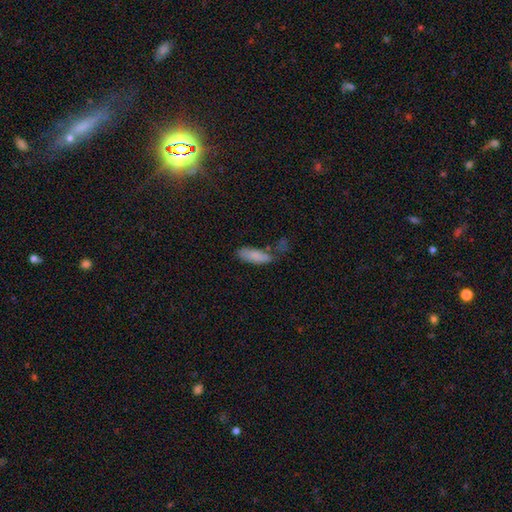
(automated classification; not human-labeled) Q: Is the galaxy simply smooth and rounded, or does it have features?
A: smooth — 83%.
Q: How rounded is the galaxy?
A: in between — 62%.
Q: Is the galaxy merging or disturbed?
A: none — 55%.